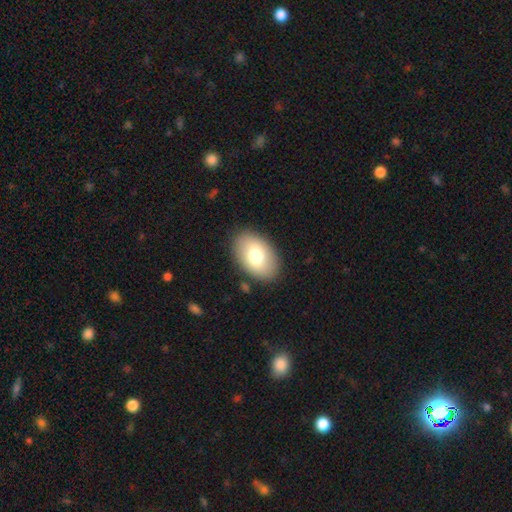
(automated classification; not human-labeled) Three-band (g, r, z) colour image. It shows a smooth galaxy with no disk features (74%) that is in between round and cigar-shaped (89%). Merging: none (87%).